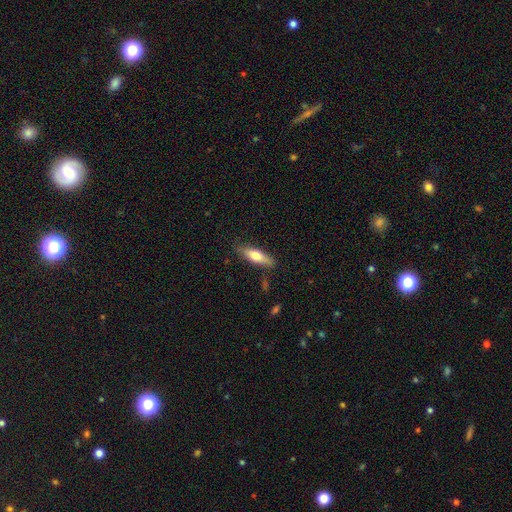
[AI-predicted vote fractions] smooth-or-featured: smooth: 66% | featured or disk: 28% | star or artifact: 6%
  how-rounded: cigar-shaped: 57% | in between: 41% | round: 2%
  merging: none: 81% | minor disturbance: 14% | major disturbance: 3% | merger: 2%